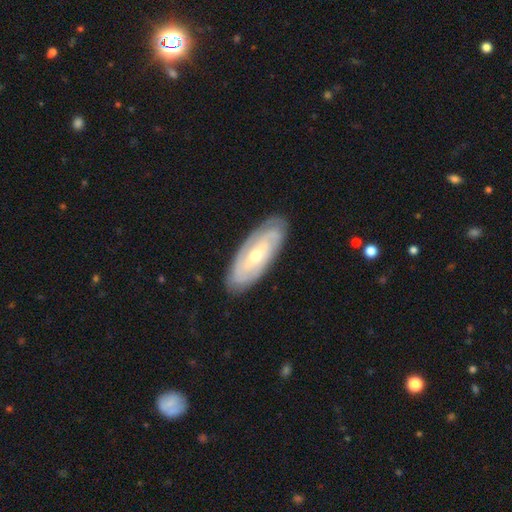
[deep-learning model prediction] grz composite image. It shows a featured or disk galaxy (75%) with no bar (54%), tight (68%) spiral arms (87%) and a moderate central bulge (51%). Merging: none (83%).